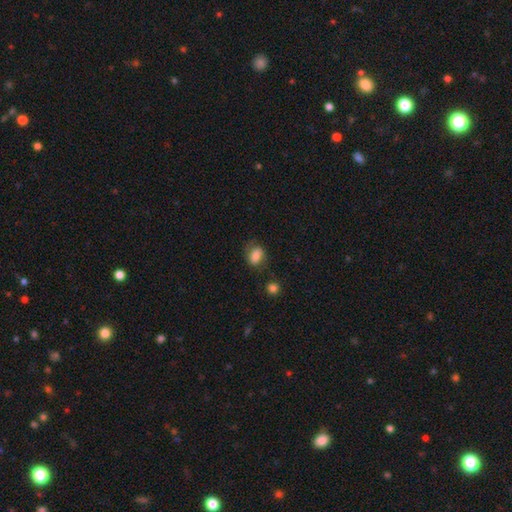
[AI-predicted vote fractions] smooth-or-featured: smooth: 76% | featured or disk: 15% | star or artifact: 9%
  how-rounded: in between: 72% | round: 26% | cigar-shaped: 1%
  merging: none: 62% | minor disturbance: 24% | major disturbance: 11% | merger: 3%